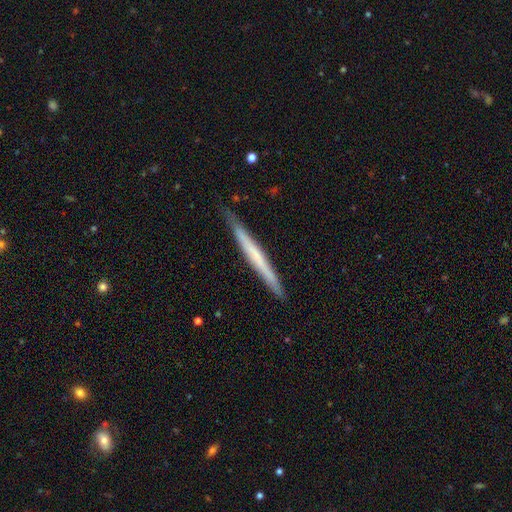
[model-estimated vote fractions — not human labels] Overall: featured or disk (48%; smooth 46%). Merging: none (87%).